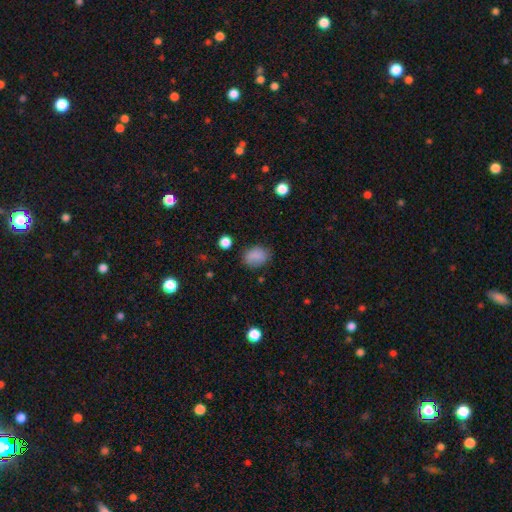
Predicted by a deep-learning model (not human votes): A smooth galaxy with no disk features (84%) that is in between round and cigar-shaped (68%).

Vote fractions:
- Smooth or featured? smooth: 84% / star or artifact: 10% / featured or disk: 6%
- How rounded? in between: 68% / round: 31% / cigar-shaped: 1%
- Merging? none: 74% / minor disturbance: 18% / major disturbance: 5% / merger: 2%